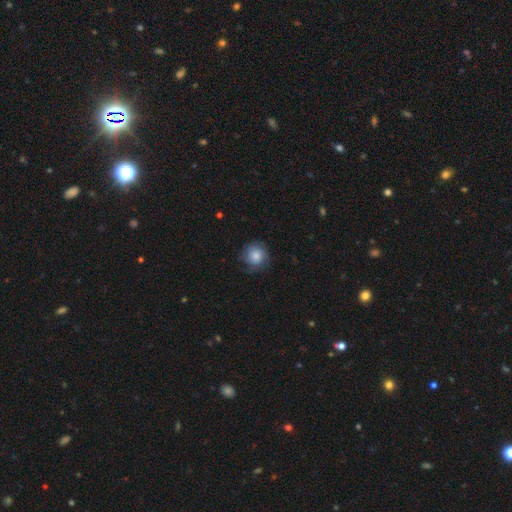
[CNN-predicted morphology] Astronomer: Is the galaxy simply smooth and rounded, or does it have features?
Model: smooth — 74%.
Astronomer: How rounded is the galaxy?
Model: round — 91%.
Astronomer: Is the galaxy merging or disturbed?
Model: none — 69%.